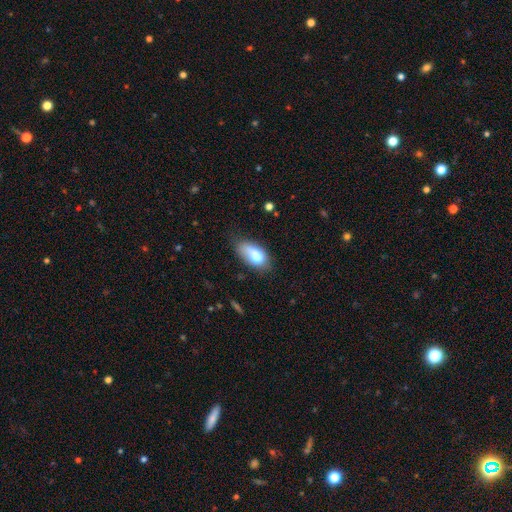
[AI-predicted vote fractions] This appears to be a smooth galaxy with no disk features (74%) that is in between round and cigar-shaped (92%). Merging: none (45%).